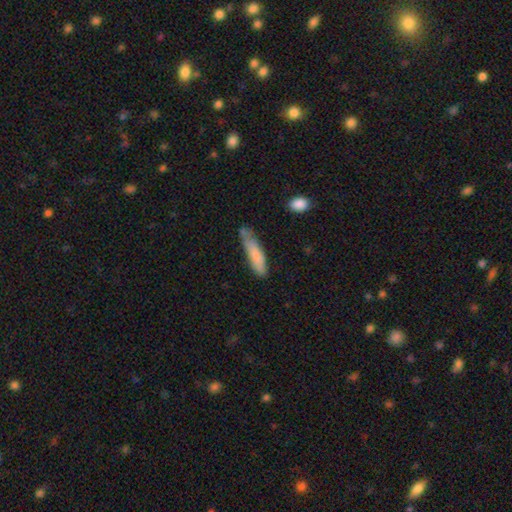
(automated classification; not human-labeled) Smooth or featured? smooth (80%)
How rounded? cigar-shaped (78%)
Merging? none (53%)